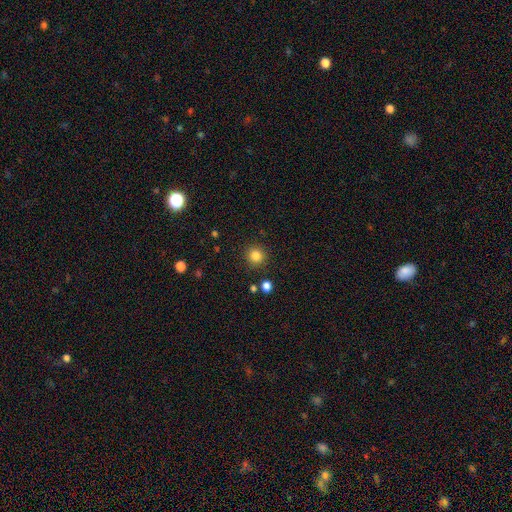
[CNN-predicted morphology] type=smooth (84%); roundness=round (94%); merging=none (90%).